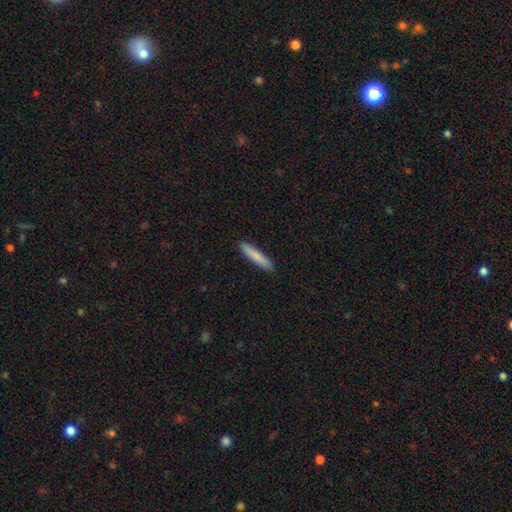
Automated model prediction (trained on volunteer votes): Smooth or featured?
  - smooth: 83% *
  - featured or disk: 11%
  - star or artifact: 6%
How rounded?
  - cigar-shaped: 90% *
  - in between: 8%
  - round: 1%
Merging?
  - none: 91% *
  - minor disturbance: 7%
  - major disturbance: 1%
  - merger: 1%